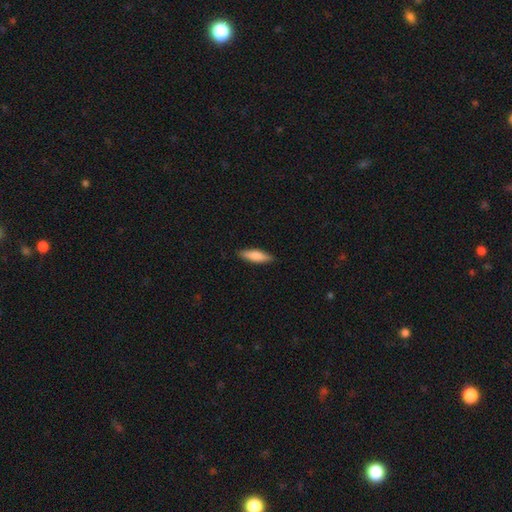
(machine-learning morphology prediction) Smooth or featured? smooth (78%)
How rounded? cigar-shaped (55%)
Merging? none (88%)